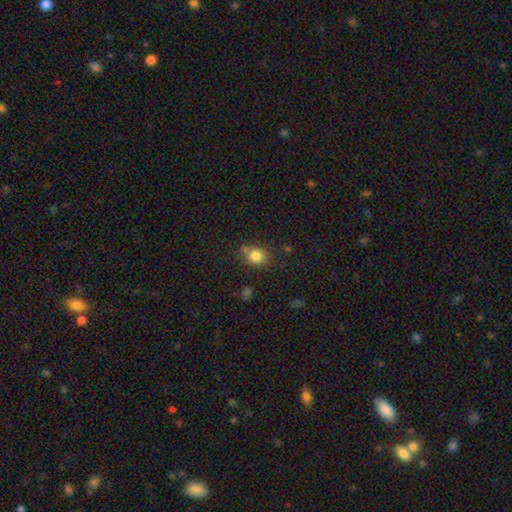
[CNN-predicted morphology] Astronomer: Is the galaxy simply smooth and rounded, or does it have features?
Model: smooth — 82%.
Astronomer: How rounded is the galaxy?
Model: round — 75%.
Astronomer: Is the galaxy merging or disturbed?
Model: none — 71%.